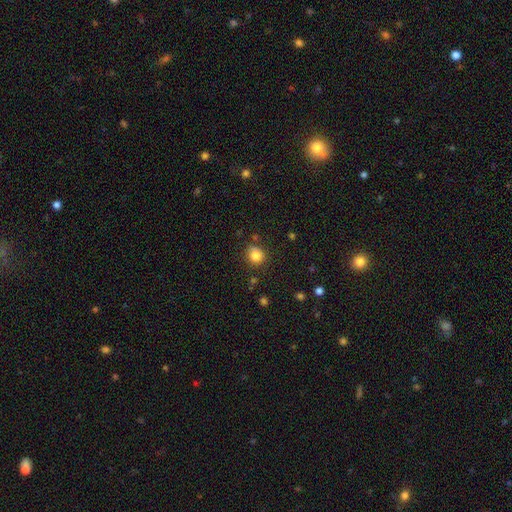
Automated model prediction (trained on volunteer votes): Morphology: type=smooth (82%); roundness=round (82%); merging=none (78%).